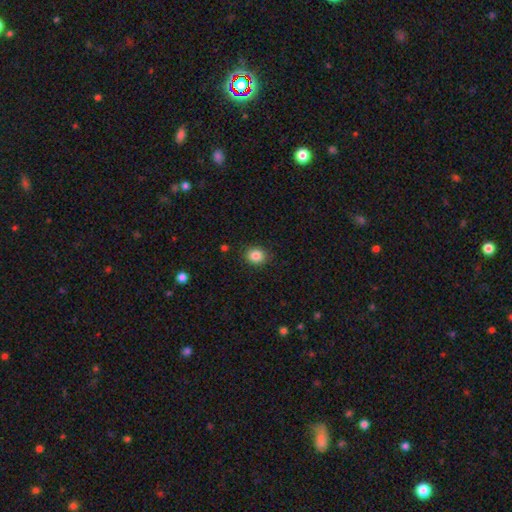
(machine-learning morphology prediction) A smooth galaxy with no disk features (86%) that is round (72%). Merging: none (88%).